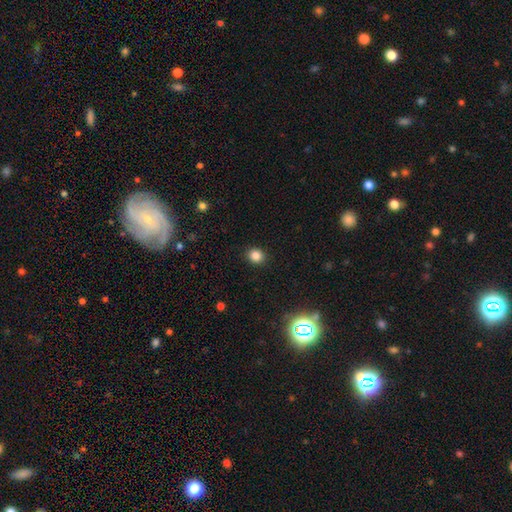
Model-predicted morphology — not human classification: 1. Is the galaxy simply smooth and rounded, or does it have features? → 83% smooth, 13% star or artifact, 4% featured or disk.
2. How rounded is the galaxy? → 78% round, 21% in between, 1% cigar-shaped.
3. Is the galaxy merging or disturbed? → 90% none, 6% minor disturbance, 2% major disturbance, 1% merger.